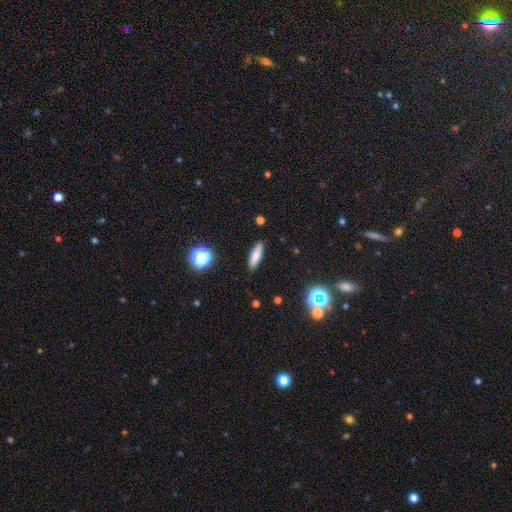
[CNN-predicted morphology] This is likely a smooth galaxy (79%). How rounded: possibly in between (50%). Merging: clearly none (88%).